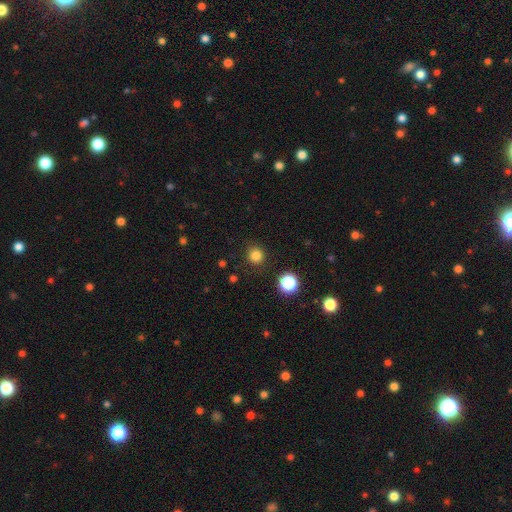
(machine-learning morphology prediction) A smooth galaxy with no disk features (82%) that is round (93%).

Vote fractions:
- Smooth or featured? smooth: 82% / star or artifact: 14% / featured or disk: 4%
- How rounded? round: 93% / in between: 6% / cigar-shaped: 1%
- Merging? none: 90% / minor disturbance: 6% / major disturbance: 2% / merger: 1%